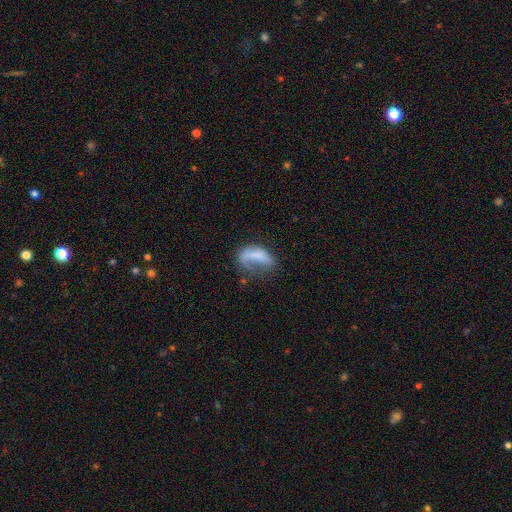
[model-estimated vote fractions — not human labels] smooth-or-featured: smooth: 53% | featured or disk: 38% | star or artifact: 9%
  how-rounded: in between: 80% | cigar-shaped: 11% | round: 9%
  merging: major disturbance: 47% | none: 25% | minor disturbance: 22% | merger: 6%